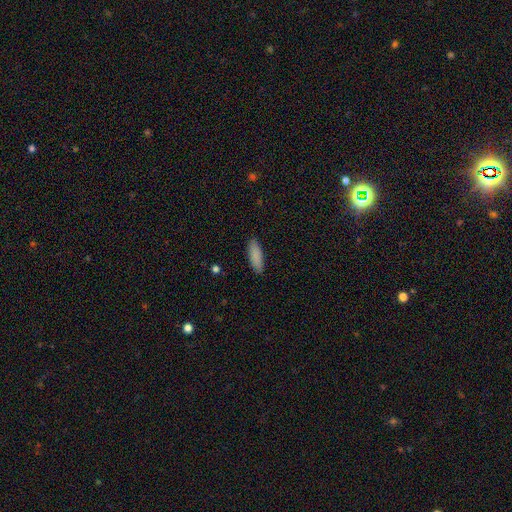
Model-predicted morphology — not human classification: Smooth or featured: smooth — 88% (star or artifact — 6%)
How rounded: in between — 50% (cigar-shaped — 48%)
Merging: none — 89% (minor disturbance — 9%)